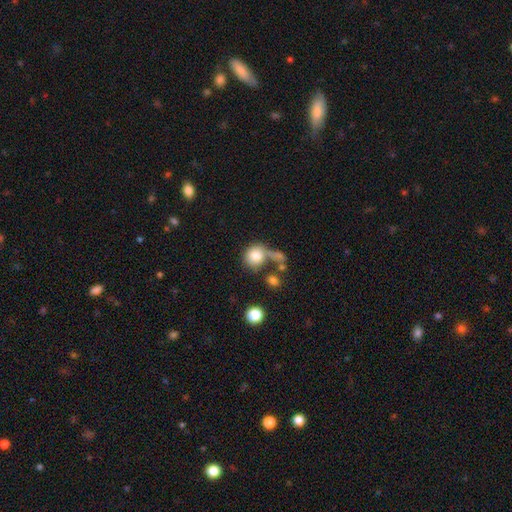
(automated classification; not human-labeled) Smooth or featured: smooth — 78% (featured or disk — 13%)
How rounded: round — 78% (in between — 21%)
Merging: none — 40% (merger — 30%)